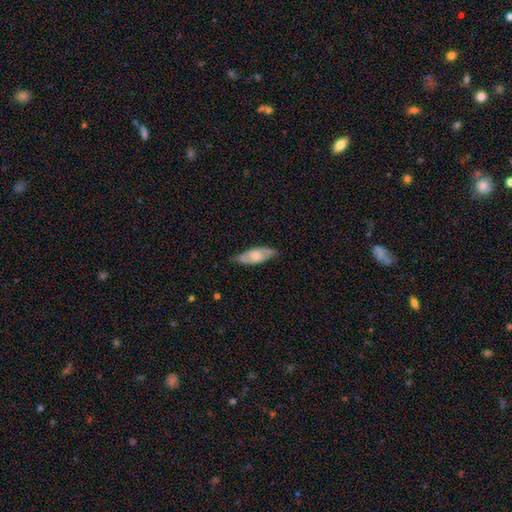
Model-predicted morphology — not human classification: smooth_or_featured: smooth (p=0.53) [alt: featured or disk p=0.41]
how_rounded: in between (p=0.74) [alt: cigar-shaped p=0.23]
merging: none (p=0.73) [alt: minor disturbance p=0.21]